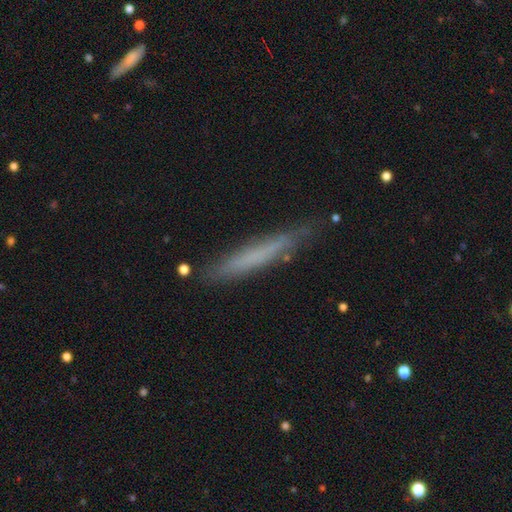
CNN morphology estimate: smooth-or-featured: smooth: 56% | featured or disk: 36% | star or artifact: 8%
  how-rounded: cigar-shaped: 94% | in between: 5% | round: 1%
  merging: none: 76% | minor disturbance: 18% | major disturbance: 4% | merger: 2%